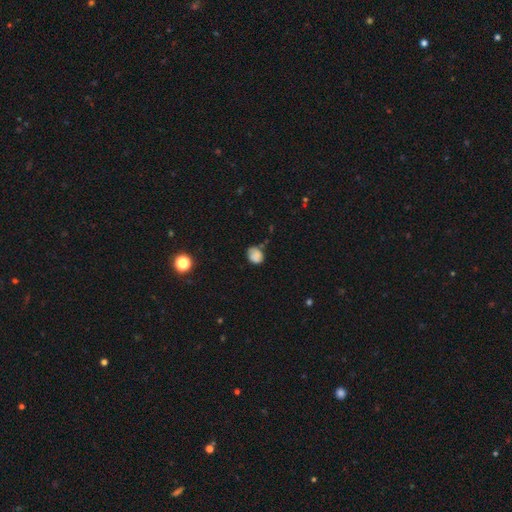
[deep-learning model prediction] Smooth or featured: smooth — 78% (featured or disk — 11%)
How rounded: round — 58% (in between — 41%)
Merging: none — 53% (minor disturbance — 33%)